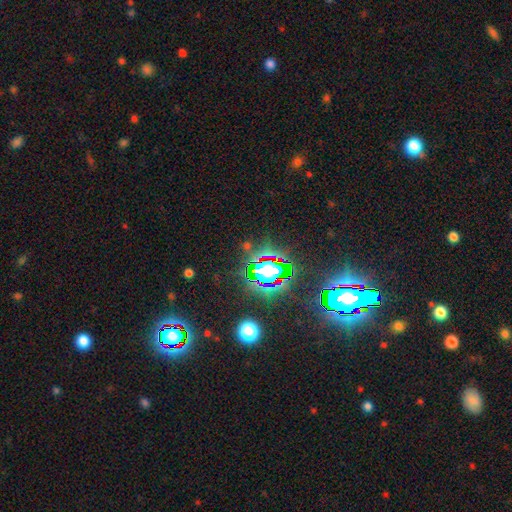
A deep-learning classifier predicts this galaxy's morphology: Smooth or featured? Predicted: star or artifact (p=0.82).